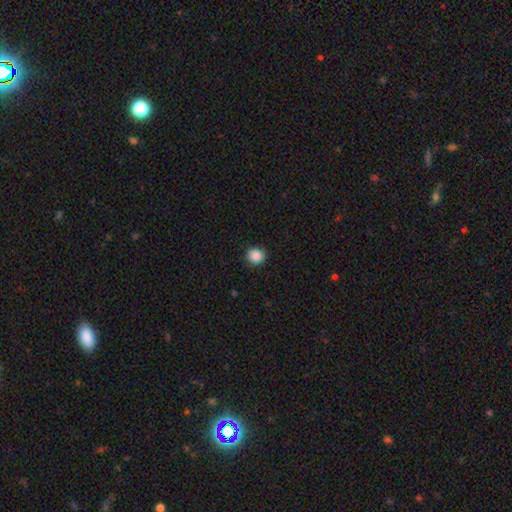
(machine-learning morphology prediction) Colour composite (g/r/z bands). It shows a smooth galaxy with no disk features (88%) that is round (88%). Merging: none (86%).